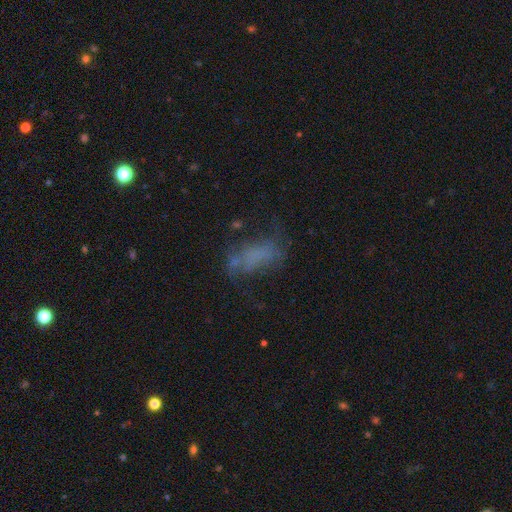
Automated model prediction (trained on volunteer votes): A smooth galaxy with no disk features (50%). Merging: none (42%).